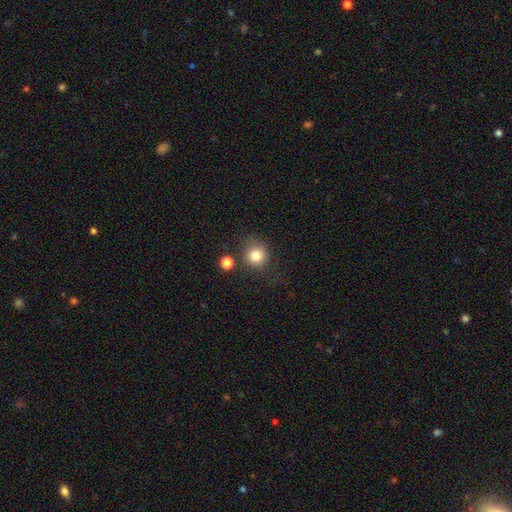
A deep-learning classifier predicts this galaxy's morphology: A smooth galaxy with no disk features (83%) that is round (90%).

Vote fractions:
- Smooth or featured? smooth: 83% / star or artifact: 11% / featured or disk: 6%
- How rounded? round: 90% / in between: 9% / cigar-shaped: 1%
- Merging? none: 77% / minor disturbance: 12% / merger: 7% / major disturbance: 4%